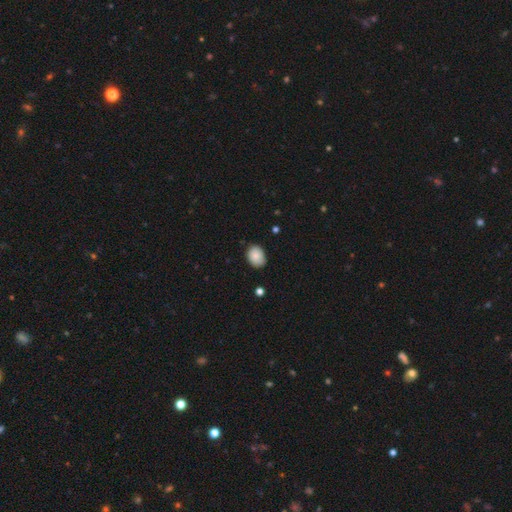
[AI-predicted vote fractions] smooth 87%, star or artifact 7%, featured or disk 6%. Down the decision tree: how rounded — in between (63%); merging — none (75%).